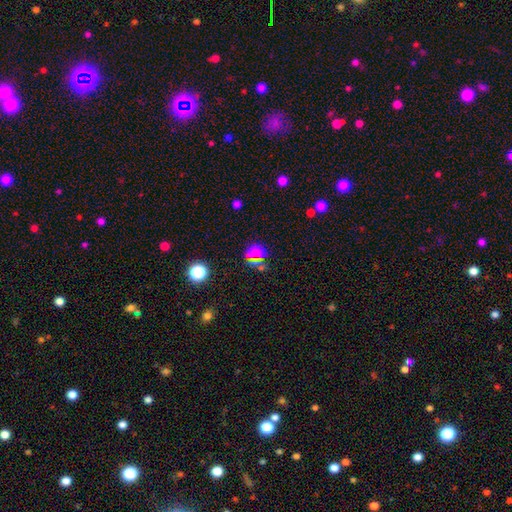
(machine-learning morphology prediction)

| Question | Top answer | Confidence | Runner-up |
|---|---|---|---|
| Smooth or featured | star or artifact | 47% | smooth (44%) |